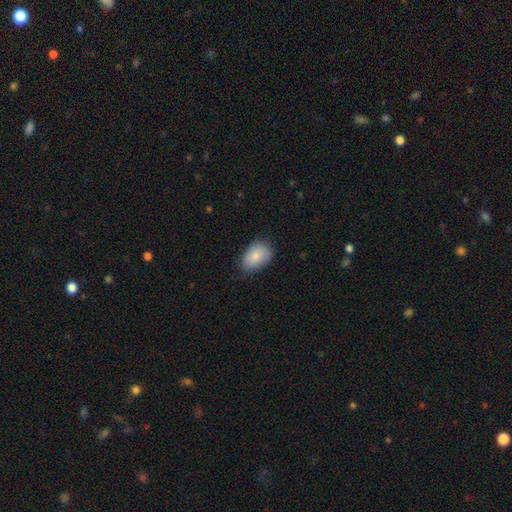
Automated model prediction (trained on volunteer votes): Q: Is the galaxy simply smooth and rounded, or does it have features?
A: smooth — 84%.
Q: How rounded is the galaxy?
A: in between — 87%.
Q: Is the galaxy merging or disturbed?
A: none — 74%.